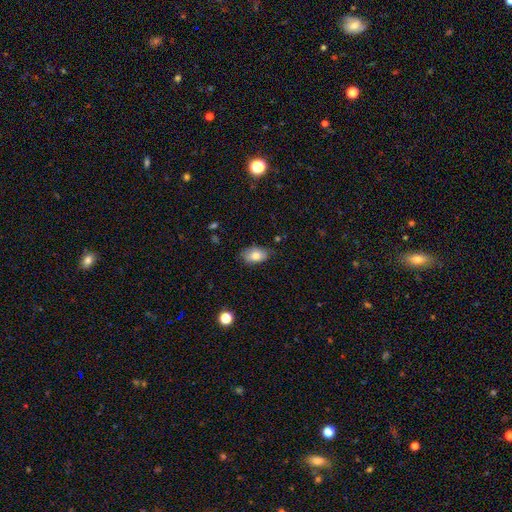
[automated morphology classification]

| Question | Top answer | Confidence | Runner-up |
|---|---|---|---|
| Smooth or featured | smooth | 80% | featured or disk (12%) |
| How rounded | in between | 90% | round (9%) |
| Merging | none | 73% | minor disturbance (22%) |